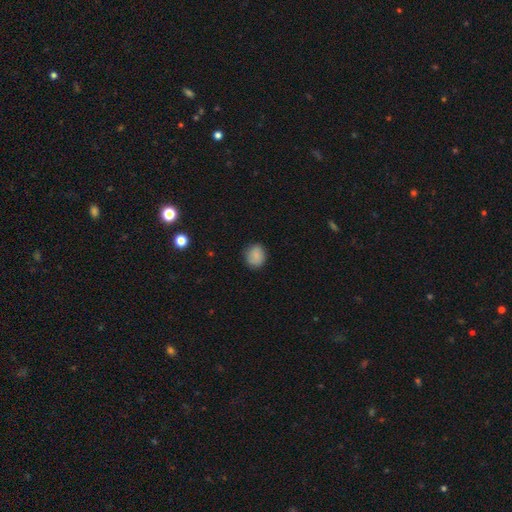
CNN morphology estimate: Smooth or featured: smooth — 84% (star or artifact — 9%)
How rounded: round — 72% (in between — 27%)
Merging: none — 83% (minor disturbance — 13%)